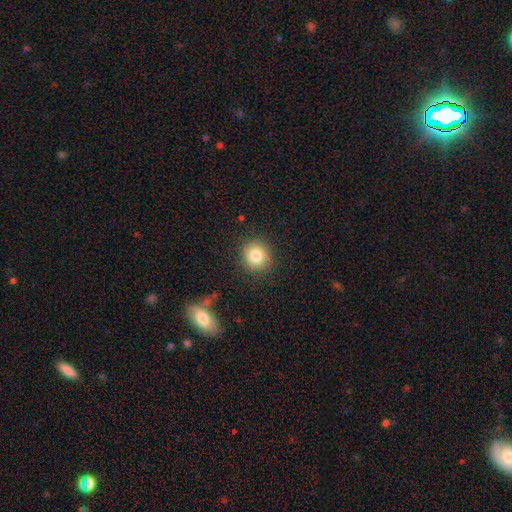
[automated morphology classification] Smooth or featured: smooth — 81% (star or artifact — 10%)
How rounded: round — 86% (in between — 13%)
Merging: none — 86% (minor disturbance — 9%)